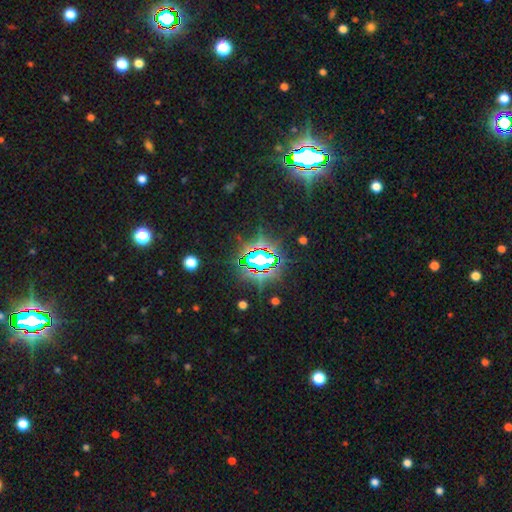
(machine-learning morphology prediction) The model was most divided on "smooth or featured": star or artifact: 80%, smooth: 11%, featured or disk: 10%.